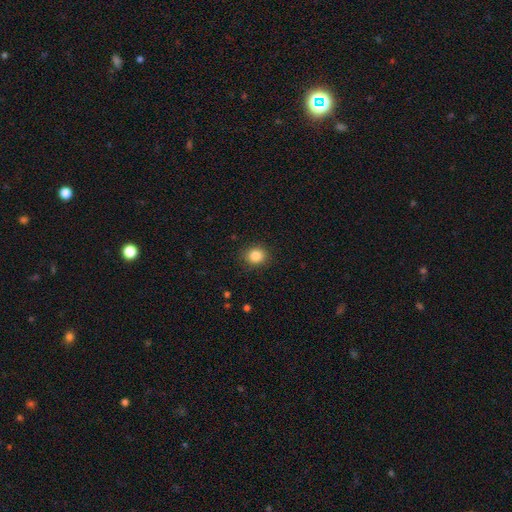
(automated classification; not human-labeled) Smooth or featured? smooth (85%)
How rounded? round (79%)
Merging? none (89%)